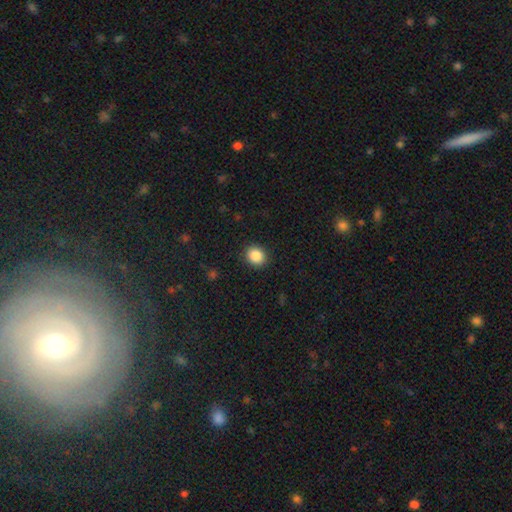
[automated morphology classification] The model was most divided on "how rounded": round: 73%, in between: 26%, cigar-shaped: 1%. More confident: merging — none (90%); smooth or featured — smooth (87%).